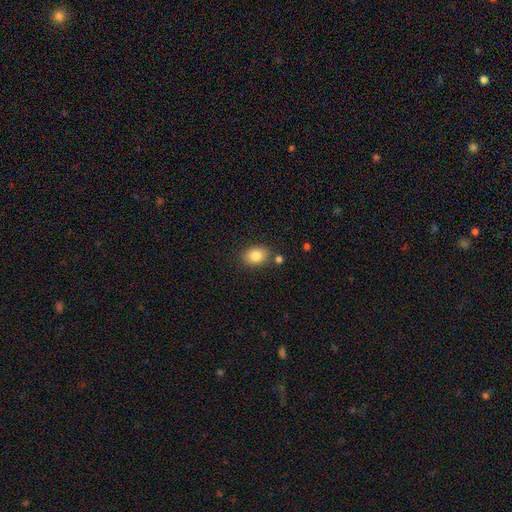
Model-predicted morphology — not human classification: Q: Smooth or featured?
A: smooth (84%); runner-up: star or artifact (9%)
Q: How rounded?
A: in between (68%); runner-up: round (31%)
Q: Merging?
A: none (79%); runner-up: minor disturbance (12%)